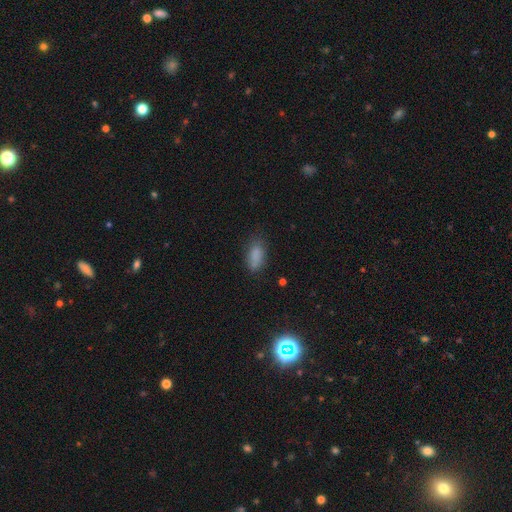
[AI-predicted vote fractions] smooth 83%, star or artifact 10%, featured or disk 7%. Down the decision tree: how rounded — in between (87%); merging — none (69%).